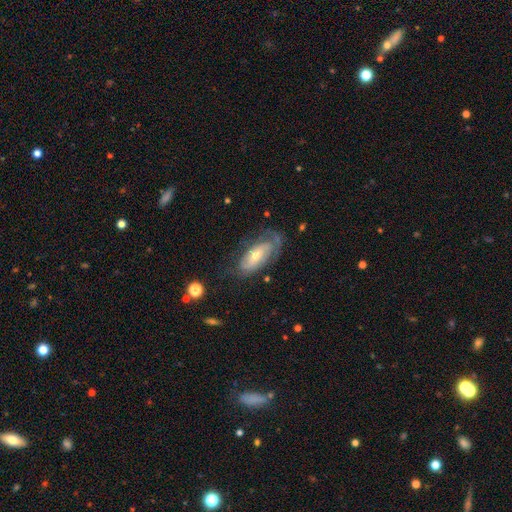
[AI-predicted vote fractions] Morphology: type=featured or disk (69%); edge-on=no (89%); bar=no (54%); spiral arms=yes (83%); winding=tight (50%); arm count=2 (45%); bulge=moderate (46%, tied with small); merging=none (58%).